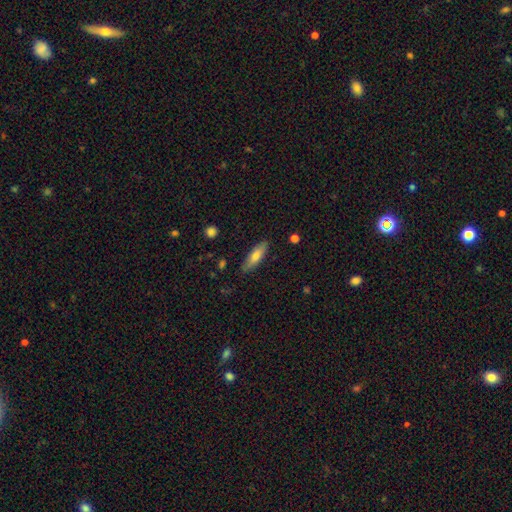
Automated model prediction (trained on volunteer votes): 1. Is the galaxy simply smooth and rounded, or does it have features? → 71% smooth, 23% featured or disk, 6% star or artifact.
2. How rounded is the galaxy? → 52% cigar-shaped, 46% in between, 2% round.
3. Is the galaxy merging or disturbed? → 85% none, 11% minor disturbance, 2% major disturbance, 1% merger.